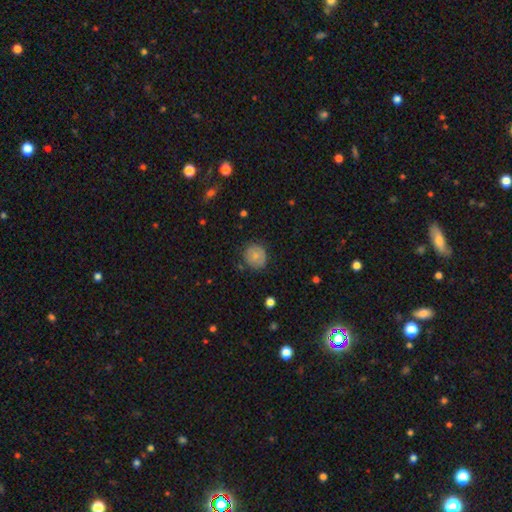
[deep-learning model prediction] A smooth galaxy with no disk features (68%) that is round (82%).

Vote fractions:
- Smooth or featured? smooth: 68% / featured or disk: 23% / star or artifact: 8%
- How rounded? round: 82% / in between: 17% / cigar-shaped: 1%
- Merging? none: 76% / minor disturbance: 18% / major disturbance: 4% / merger: 1%